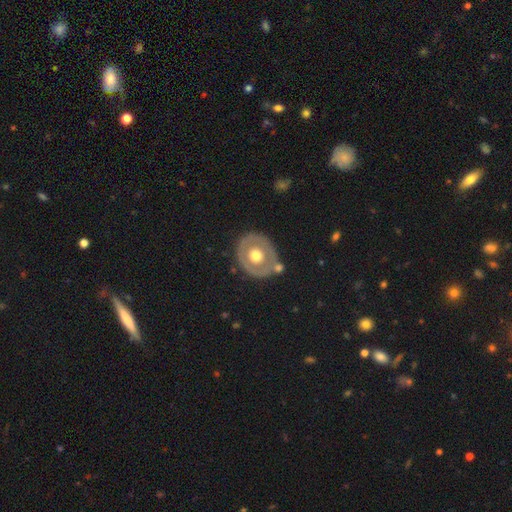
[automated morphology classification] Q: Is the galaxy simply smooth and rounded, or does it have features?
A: featured or disk — 53%.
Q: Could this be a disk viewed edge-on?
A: no — 93%.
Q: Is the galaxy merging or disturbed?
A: none — 70%.